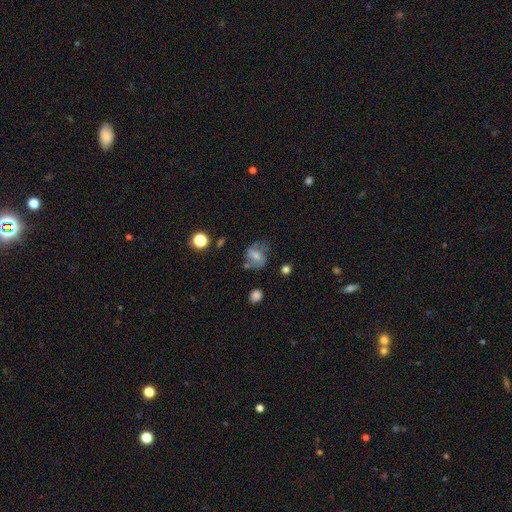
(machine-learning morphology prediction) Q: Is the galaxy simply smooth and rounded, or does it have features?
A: smooth — 49%.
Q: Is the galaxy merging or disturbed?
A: none — 48%.